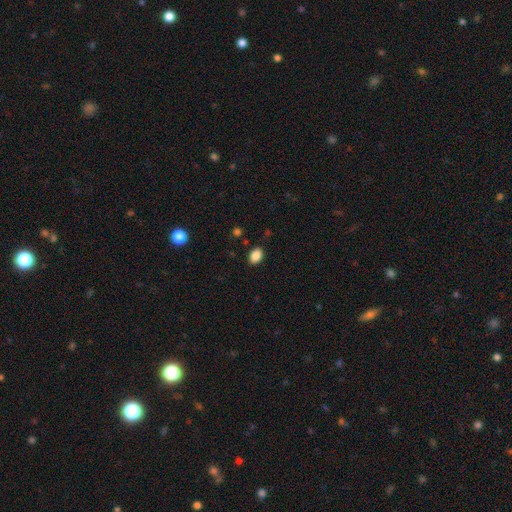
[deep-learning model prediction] Smooth or featured: smooth — 87% (star or artifact — 9%)
How rounded: in between — 79% (round — 20%)
Merging: none — 87% (minor disturbance — 10%)